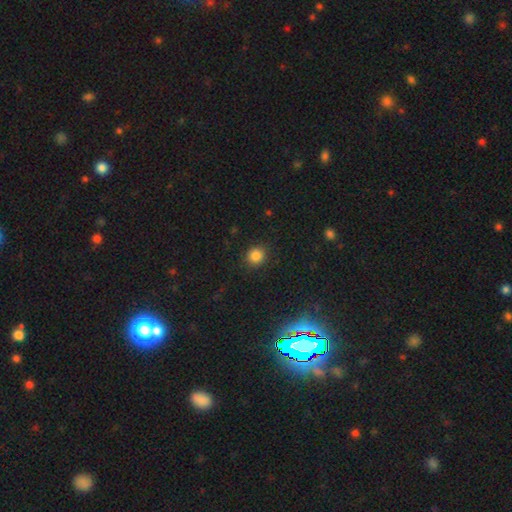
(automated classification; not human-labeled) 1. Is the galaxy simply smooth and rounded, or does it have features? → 83% smooth, 13% star or artifact, 5% featured or disk.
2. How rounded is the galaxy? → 83% round, 16% in between, 1% cigar-shaped.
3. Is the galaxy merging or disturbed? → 89% none, 8% minor disturbance, 2% major disturbance, 1% merger.